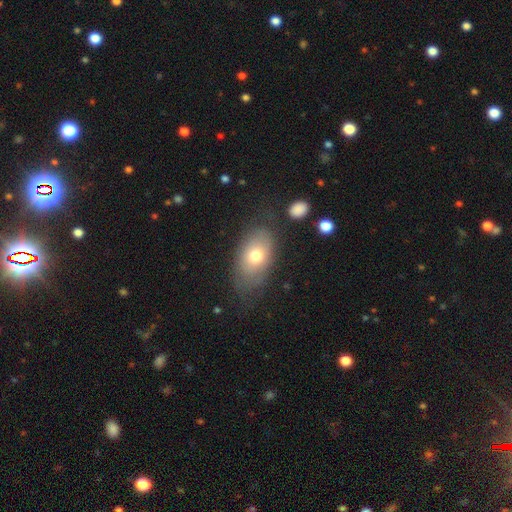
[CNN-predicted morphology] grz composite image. It shows a smooth galaxy with no disk features (68%) that is in between round and cigar-shaped (88%). Merging: none (68%).